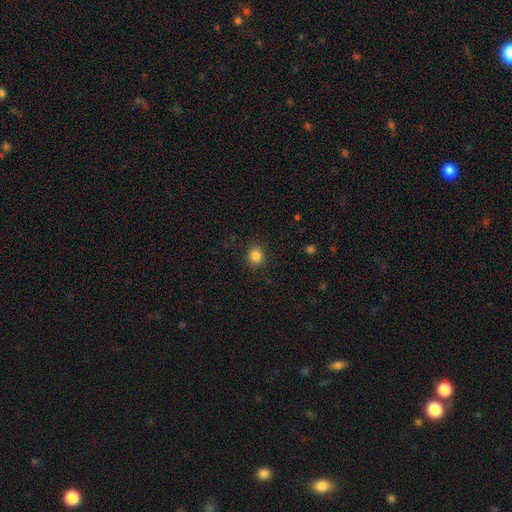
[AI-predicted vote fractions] A smooth galaxy with no disk features (85%) that is round (84%). Merging: none (90%).